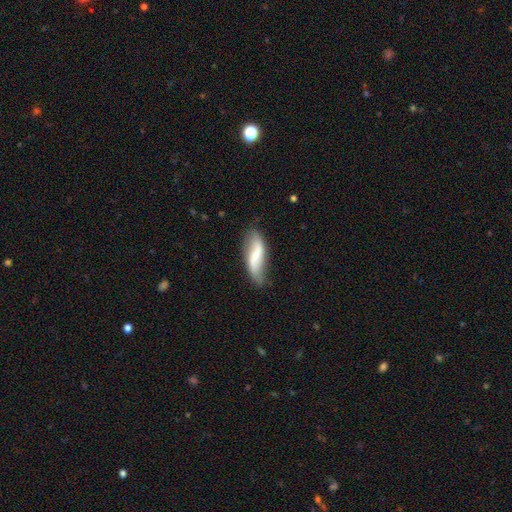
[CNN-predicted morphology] Smooth or featured?
  - featured or disk: 56% *
  - smooth: 38%
  - star or artifact: 6%
Edge-on disk?
  - no: 88% *
  - yes: 12%
Merging?
  - none: 66% *
  - minor disturbance: 25%
  - major disturbance: 7%
  - merger: 2%